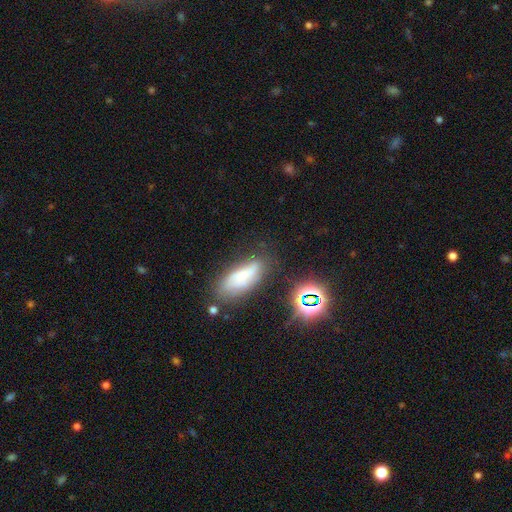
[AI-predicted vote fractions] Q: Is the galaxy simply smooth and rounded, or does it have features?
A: smooth — 57%.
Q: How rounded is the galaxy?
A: in between — 66%.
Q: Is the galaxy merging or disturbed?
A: none — 69%.